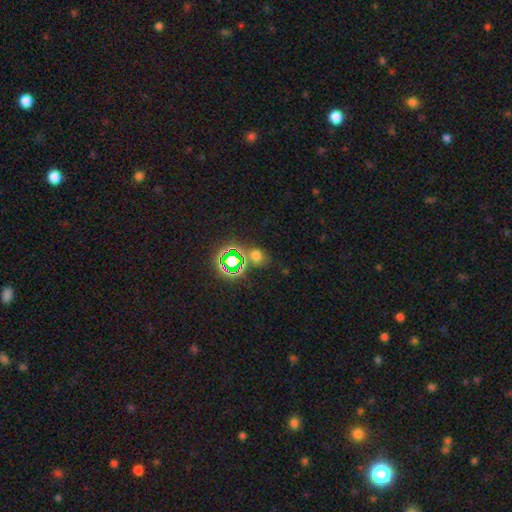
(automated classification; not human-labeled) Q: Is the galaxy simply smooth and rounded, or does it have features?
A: smooth — 55%.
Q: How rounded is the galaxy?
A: round — 61%.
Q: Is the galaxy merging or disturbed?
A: none — 71%.